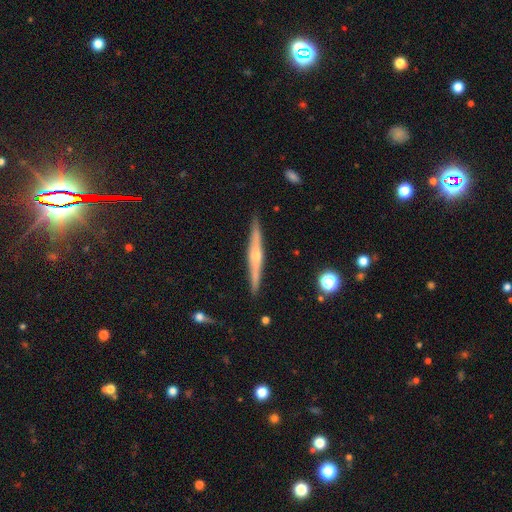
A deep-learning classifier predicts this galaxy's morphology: smooth-or-featured: featured or disk: 77% | smooth: 17% | star or artifact: 7%
  disk-edge-on: yes: 98% | no: 2%
    edge-on-bulge: rounded: 84% | none: 10% | boxy: 5%
  merging: none: 91% | minor disturbance: 7% | major disturbance: 1% | merger: 1%